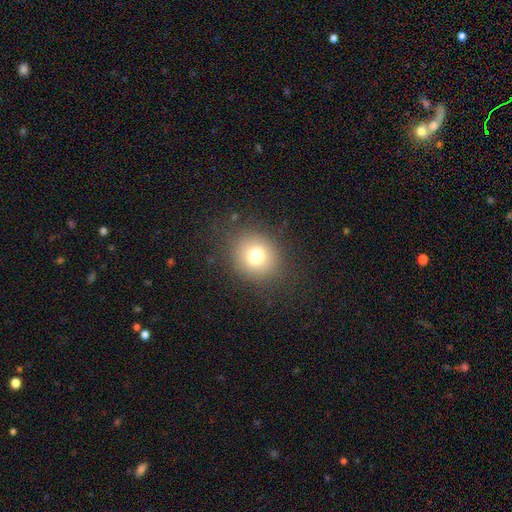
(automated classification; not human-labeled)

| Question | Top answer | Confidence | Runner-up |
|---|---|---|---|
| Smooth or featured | smooth | 74% | star or artifact (14%) |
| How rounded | round | 79% | in between (20%) |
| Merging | none | 84% | minor disturbance (9%) |